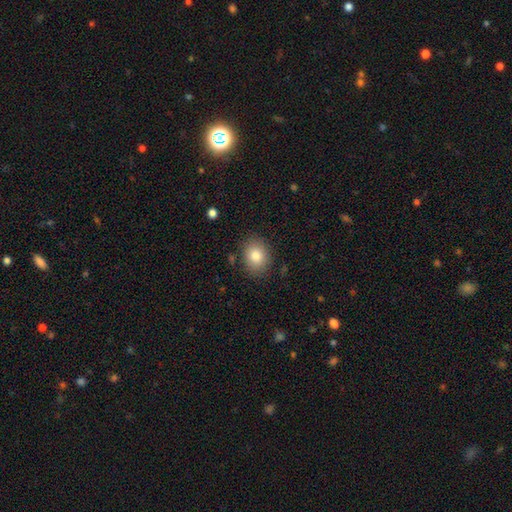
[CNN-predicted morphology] The model was most divided on "how rounded": round: 50%, in between: 49%, cigar-shaped: 1%. More confident: merging — none (85%); smooth or featured — smooth (81%).